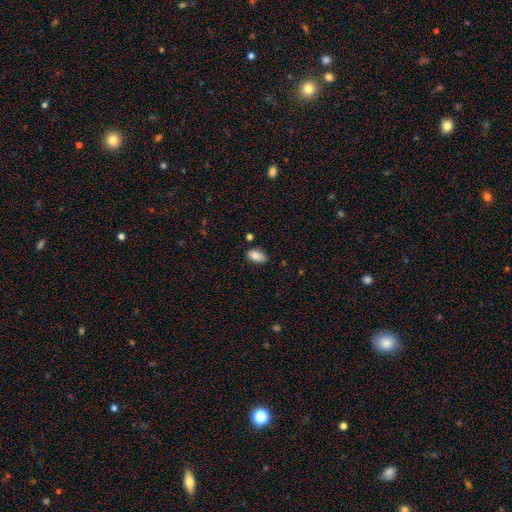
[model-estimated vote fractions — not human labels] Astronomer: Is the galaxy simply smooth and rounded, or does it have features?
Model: smooth — 87%.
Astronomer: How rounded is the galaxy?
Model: in between — 93%.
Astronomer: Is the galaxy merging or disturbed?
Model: none — 77%.